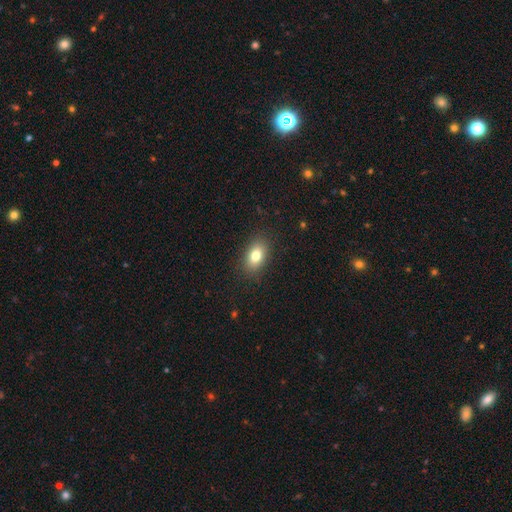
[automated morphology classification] Smooth or featured? smooth (79%)
How rounded? in between (85%)
Merging? none (87%)